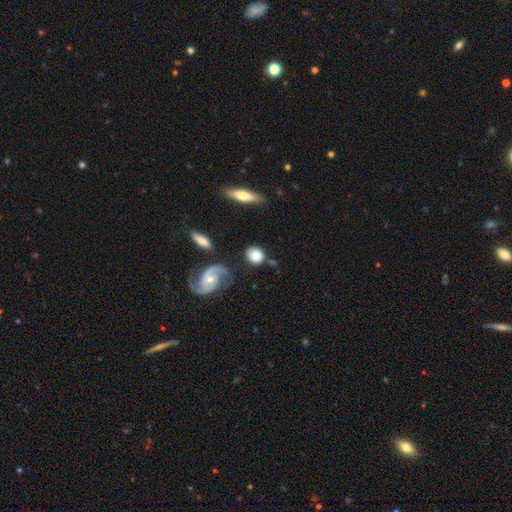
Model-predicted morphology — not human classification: Smooth or featured: smooth — 72% (featured or disk — 21%)
How rounded: round — 73% (in between — 24%)
Merging: none — 65% (minor disturbance — 17%)